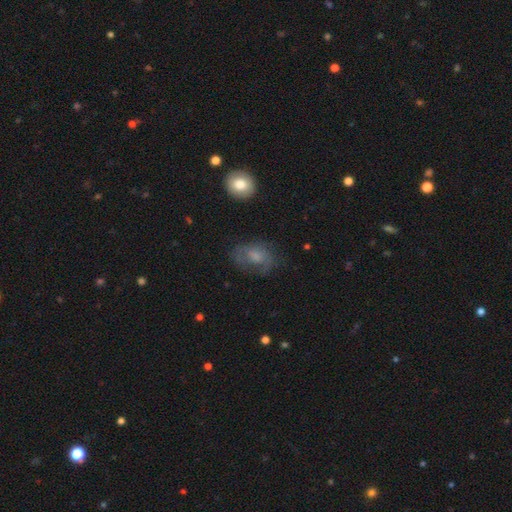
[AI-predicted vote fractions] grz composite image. It shows a smooth galaxy with no disk features (49%). Merging: none (53%).